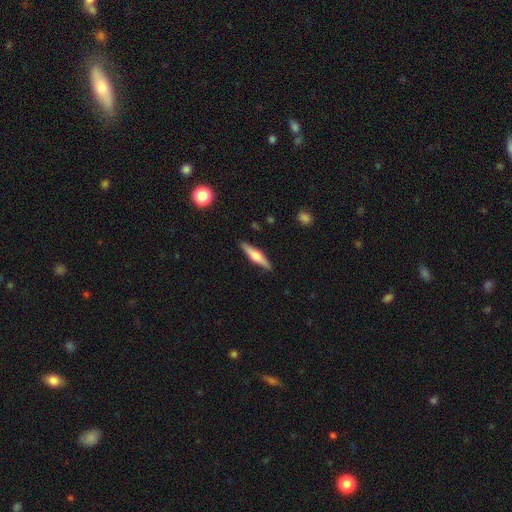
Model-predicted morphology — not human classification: smooth_or_featured: featured or disk (p=0.57) [alt: smooth p=0.37]
disk_edge_on: yes (p=0.97) [alt: no p=0.03]
edge_on_bulge: rounded (p=0.88) [alt: boxy p=0.09]
merging: none (p=0.90) [alt: minor disturbance p=0.07]